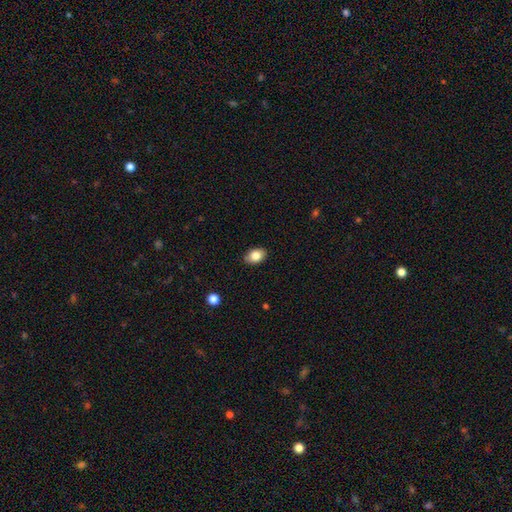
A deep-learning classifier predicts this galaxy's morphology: smooth_or_featured: smooth (p=0.83) [alt: featured or disk p=0.09]
how_rounded: in between (p=0.83) [alt: round p=0.16]
merging: none (p=0.86) [alt: minor disturbance p=0.11]